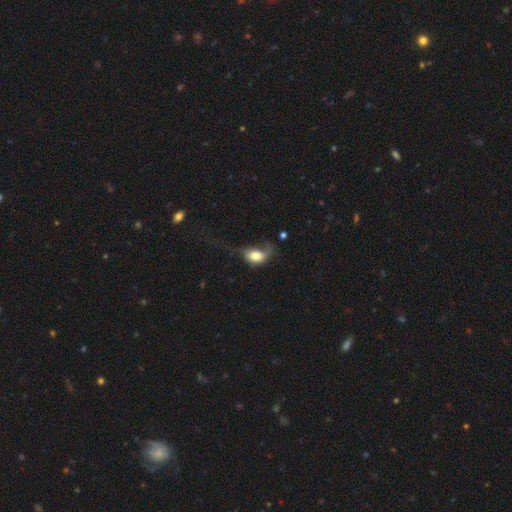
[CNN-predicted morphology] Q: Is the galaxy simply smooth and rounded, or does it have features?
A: smooth — 68%.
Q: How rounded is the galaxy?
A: in between — 70%.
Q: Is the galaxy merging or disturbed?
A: major disturbance — 54%.